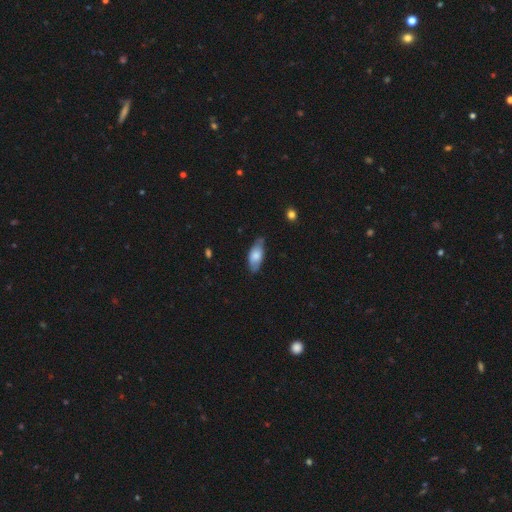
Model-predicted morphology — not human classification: smooth-or-featured: smooth: 68% | featured or disk: 26% | star or artifact: 6%
  how-rounded: in between: 83% | cigar-shaped: 14% | round: 2%
  merging: none: 69% | minor disturbance: 26% | major disturbance: 4% | merger: 2%